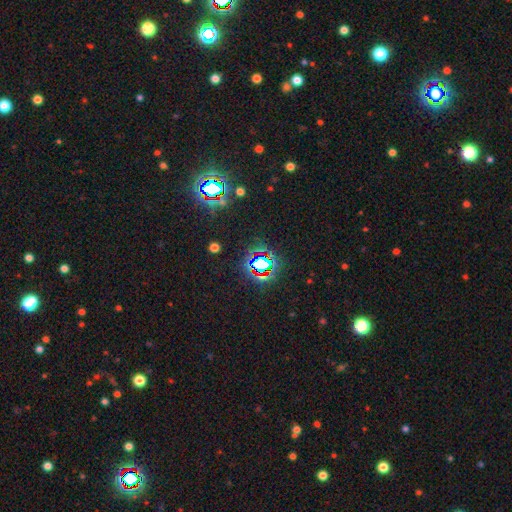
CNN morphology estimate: A star or artifact, not a galaxy (83%).